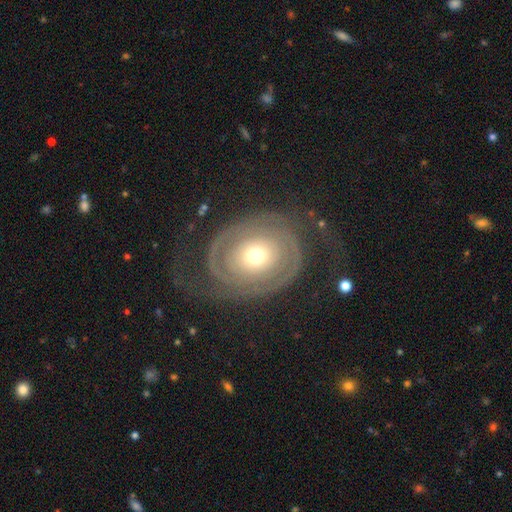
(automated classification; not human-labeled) Overall: featured or disk (77%). Edge-on disk: no (96%). Bar: no (84%). Spiral arms: yes (77%). Spiral arm count: 2 (52%; can't tell 20%). Spiral winding: tight (66%). Bulge size: moderate (60%; small 29%). Merging: none (69%).